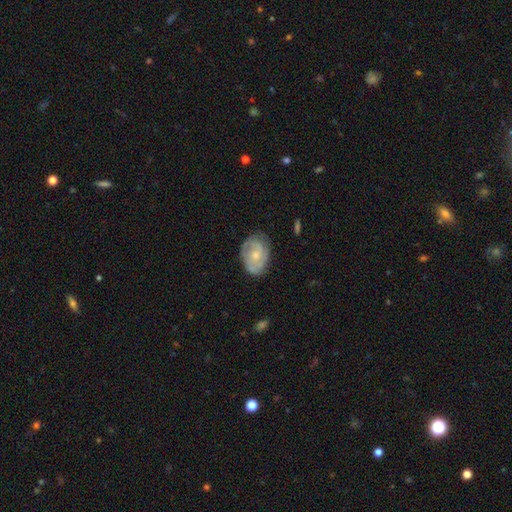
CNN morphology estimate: The model was most divided on "bulge size": small: 50%, moderate: 43%, none: 4%, large: 2%, dominant: 1%. Remaining: edge-on disk — no (96%); spiral arms — yes (83%); bar — no (73%); merging — none (72%); smooth or featured — featured or disk (65%); spiral winding — tight (51%); spiral arm count — 2 (47%).